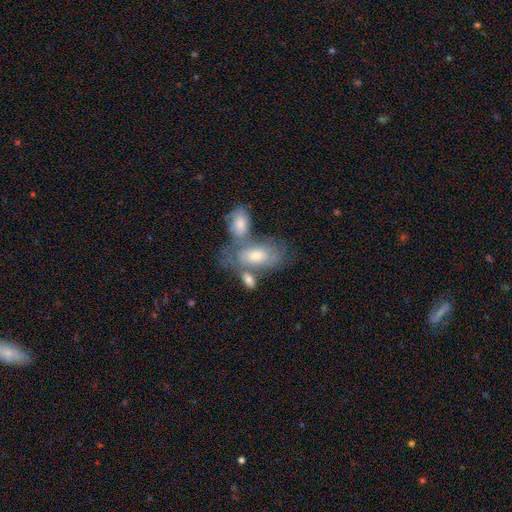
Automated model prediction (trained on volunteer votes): A featured or disk galaxy (47%). Merging: merger (46%).